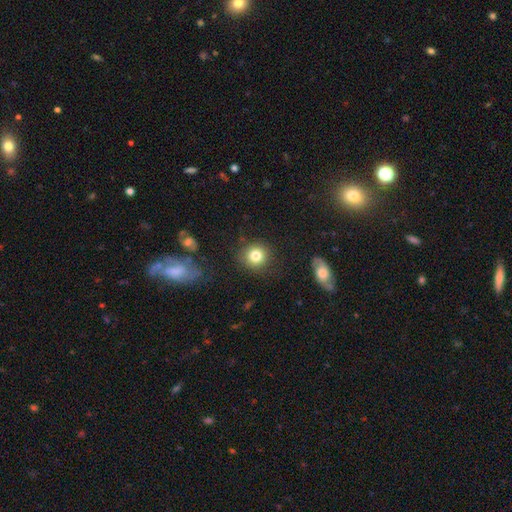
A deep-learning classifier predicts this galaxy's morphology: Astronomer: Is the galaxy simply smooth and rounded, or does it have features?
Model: smooth — 82%.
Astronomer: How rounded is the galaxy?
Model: round — 90%.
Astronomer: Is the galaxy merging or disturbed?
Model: none — 85%.